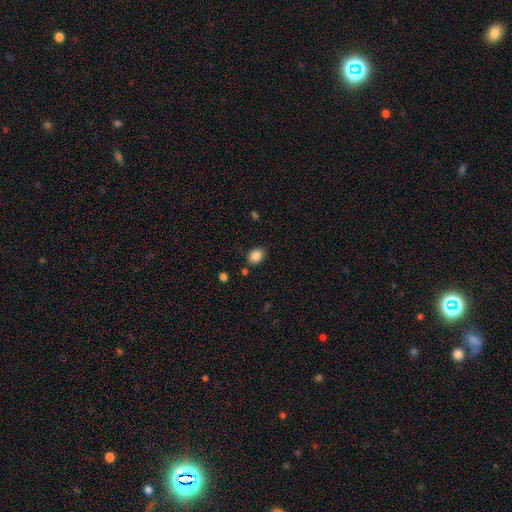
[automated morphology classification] smooth 87%, star or artifact 9%, featured or disk 4%. Down the decision tree: how rounded — in between (63%); merging — none (81%).